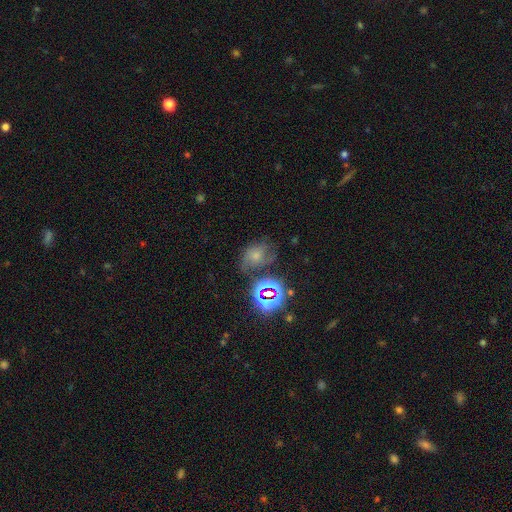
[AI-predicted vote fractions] A smooth galaxy with no disk features (38%). Merging: none (50%).